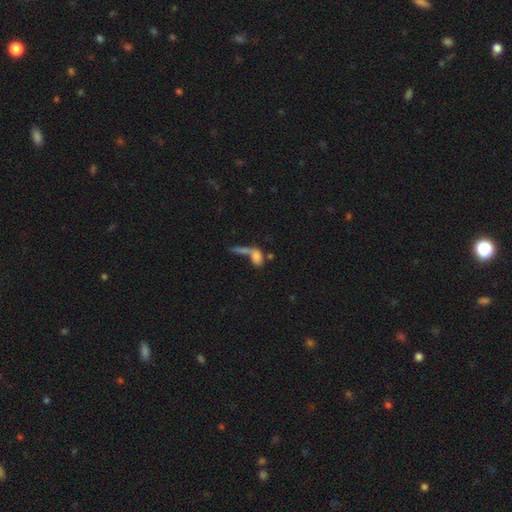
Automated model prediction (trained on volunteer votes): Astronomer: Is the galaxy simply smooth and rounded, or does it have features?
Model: smooth — 68%.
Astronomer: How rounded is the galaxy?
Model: in between — 68%.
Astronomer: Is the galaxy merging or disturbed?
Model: merger — 50%.